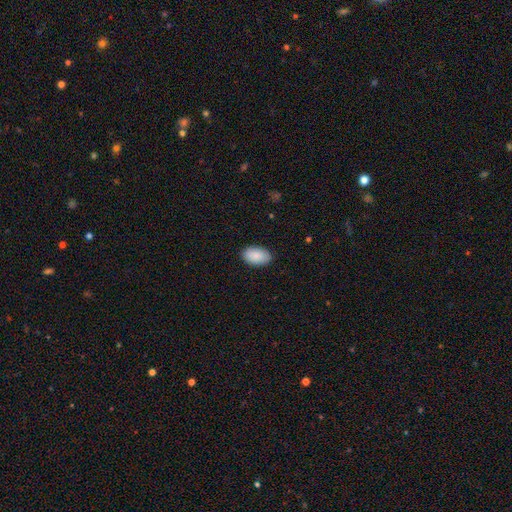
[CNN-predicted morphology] Overall: smooth (89%). How rounded: in between (93%). Merging: none (88%).